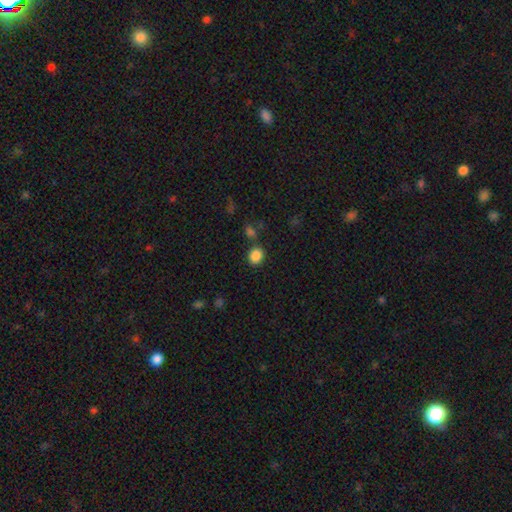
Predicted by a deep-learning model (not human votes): Overall: smooth (86%). How rounded: round (61%; in between 38%). Merging: none (78%).